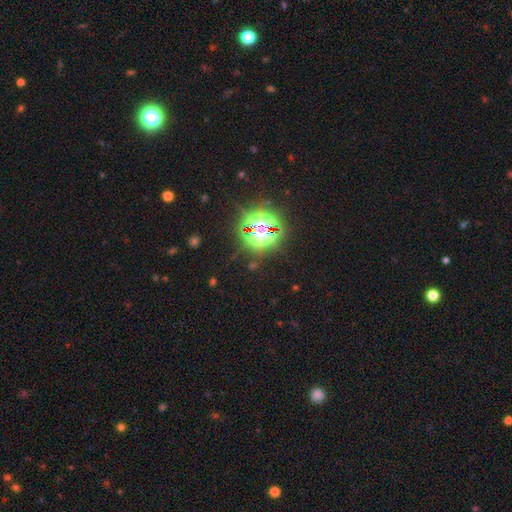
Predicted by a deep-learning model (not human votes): Smooth or featured: star or artifact — 82% (smooth — 12%)